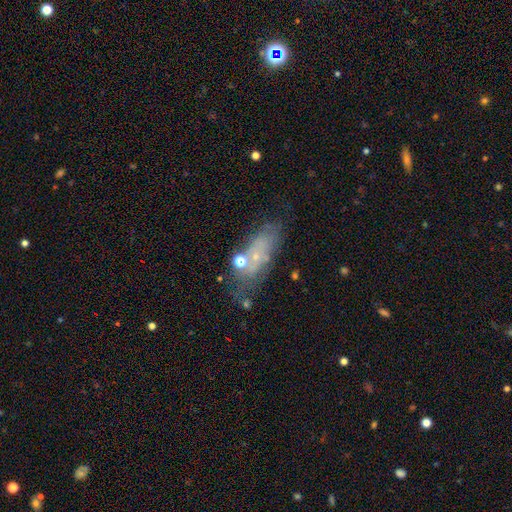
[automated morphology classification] A smooth galaxy with no disk features (45%).

Vote fractions:
- Smooth or featured? smooth: 45% / featured or disk: 37% / star or artifact: 18%
- Merging? none: 57% / minor disturbance: 22% / major disturbance: 13% / merger: 9%